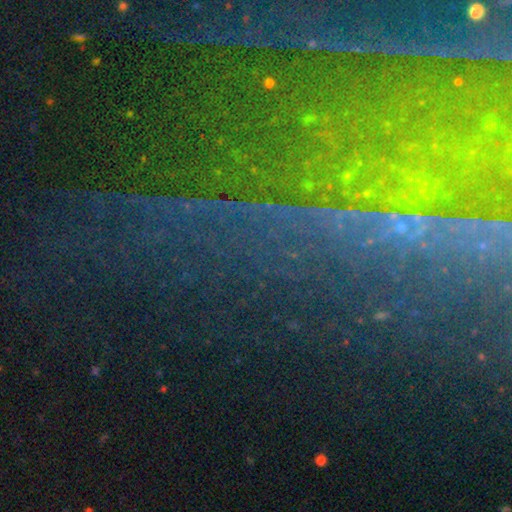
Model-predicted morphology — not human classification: smooth_or_featured: star or artifact (p=0.82) [alt: featured or disk p=0.10]